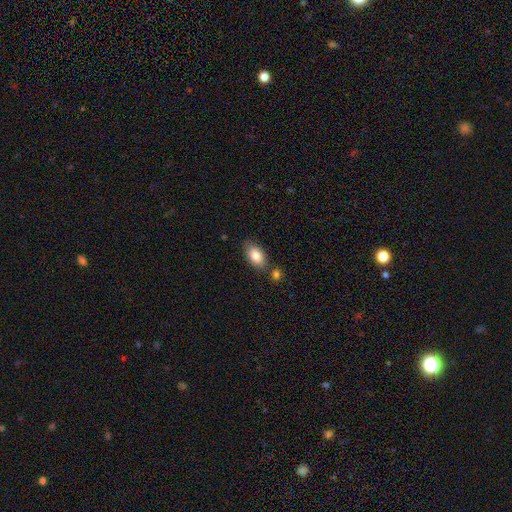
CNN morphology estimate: smooth 84%, featured or disk 9%, star or artifact 7%. Down the decision tree: how rounded — in between (92%); merging — none (70%).